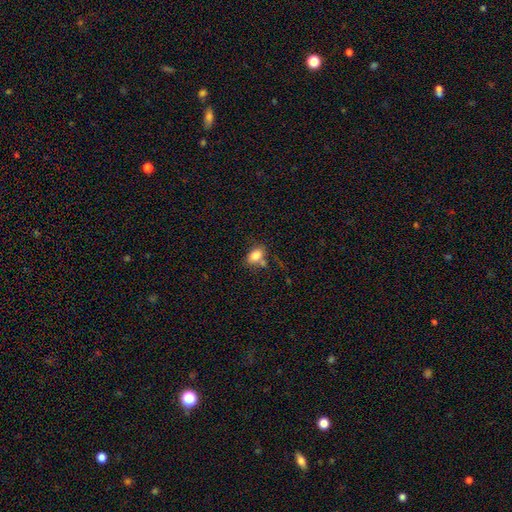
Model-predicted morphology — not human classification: A smooth galaxy with no disk features (82%) that is in between round and cigar-shaped (83%). Merging: none (56%).